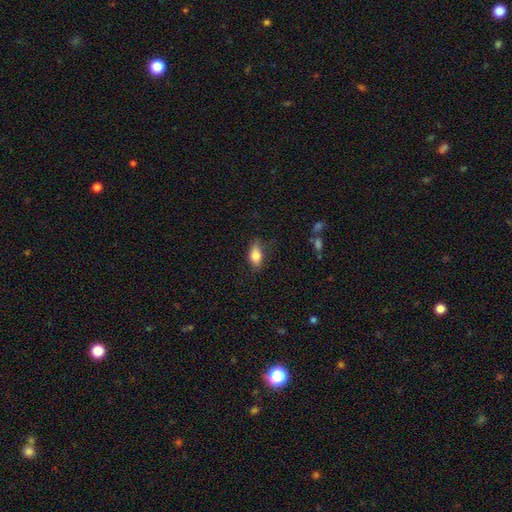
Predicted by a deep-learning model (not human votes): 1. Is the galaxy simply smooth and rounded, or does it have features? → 79% smooth, 14% featured or disk, 8% star or artifact.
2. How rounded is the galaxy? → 83% in between, 11% cigar-shaped, 5% round.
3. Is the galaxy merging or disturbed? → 73% none, 20% minor disturbance, 5% major disturbance, 1% merger.